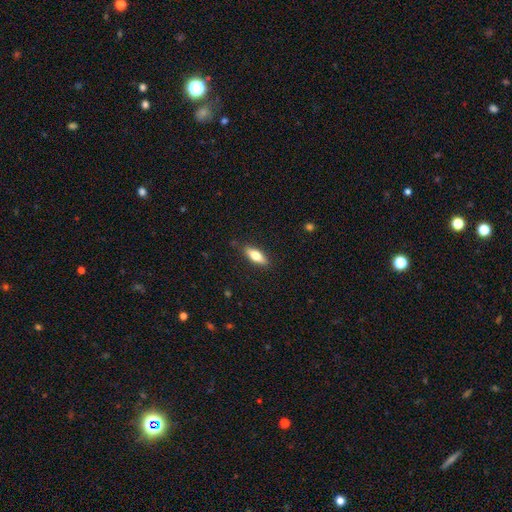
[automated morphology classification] A smooth galaxy with no disk features (69%) that is in between round and cigar-shaped (61%). Merging: none (87%).